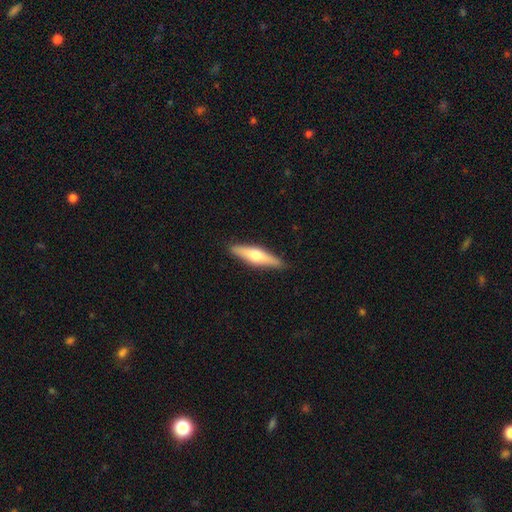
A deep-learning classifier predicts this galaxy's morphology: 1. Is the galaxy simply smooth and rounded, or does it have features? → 47% smooth (tied), 47% featured or disk (tied), 6% star or artifact.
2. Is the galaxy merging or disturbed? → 88% none, 9% minor disturbance, 2% major disturbance, 1% merger.